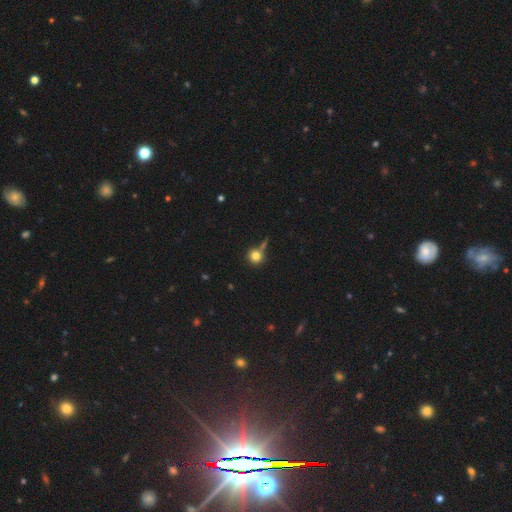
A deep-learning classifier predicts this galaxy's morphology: Q: Smooth or featured?
A: smooth (80%); runner-up: star or artifact (11%)
Q: How rounded?
A: round (92%); runner-up: in between (7%)
Q: Merging?
A: none (63%); runner-up: merger (17%)